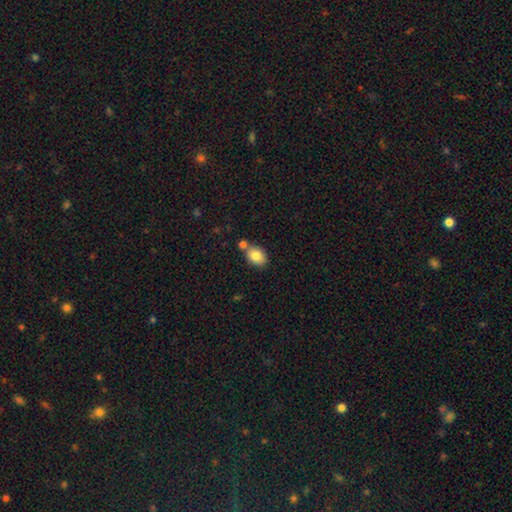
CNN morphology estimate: This appears to be a smooth galaxy with no disk features (83%) that is in between round and cigar-shaped (71%). Merging: none (63%).